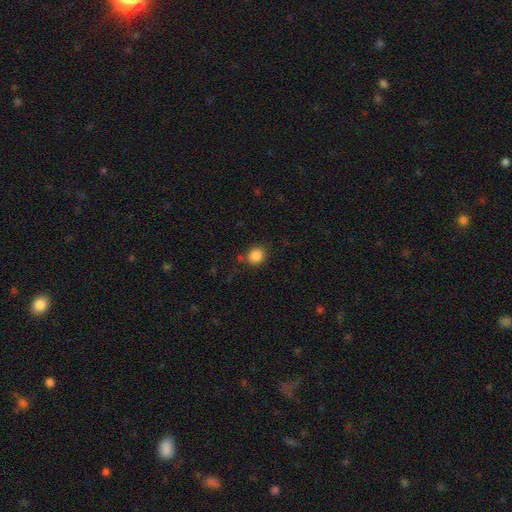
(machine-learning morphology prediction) smooth 86%, star or artifact 10%, featured or disk 4%. Down the decision tree: how rounded — round (81%); merging — none (79%).